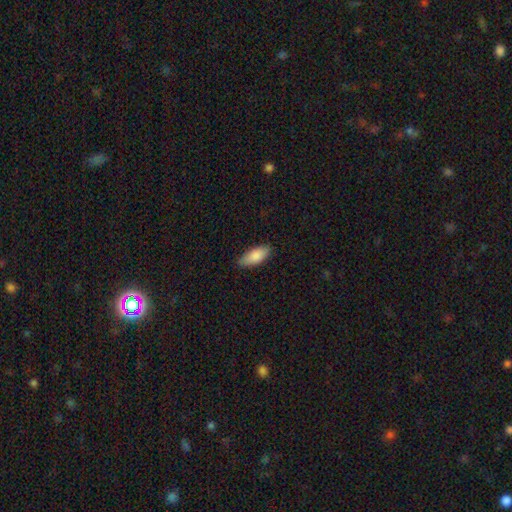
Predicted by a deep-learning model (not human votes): A smooth galaxy with no disk features (86%) that is in between round and cigar-shaped (84%). Merging: none (83%).